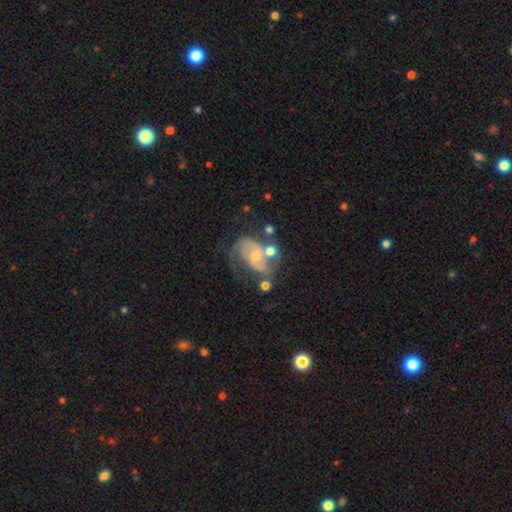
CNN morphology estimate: Q: Smooth or featured?
A: featured or disk (81%); runner-up: smooth (11%)
Q: Edge-on disk?
A: no (98%); runner-up: yes (2%)
Q: Bar?
A: no (58%); runner-up: weak (33%)
Q: Spiral arms?
A: yes (90%); runner-up: no (10%)
Q: Spiral winding?
A: medium (47%); runner-up: loose (27%)
Q: Spiral arm count?
A: 2 (63%); runner-up: can't tell (14%)
Q: Bulge size?
A: small (51%); runner-up: moderate (44%)
Q: Merging?
A: none (36%); runner-up: major disturbance (23%)